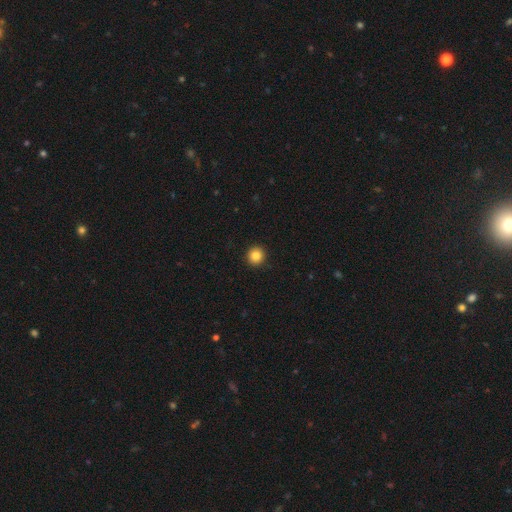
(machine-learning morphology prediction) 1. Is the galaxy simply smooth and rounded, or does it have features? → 85% smooth, 11% star or artifact, 4% featured or disk.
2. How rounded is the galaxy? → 94% round, 5% in between, 1% cigar-shaped.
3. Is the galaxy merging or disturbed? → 93% none, 5% minor disturbance, 2% major disturbance, 1% merger.